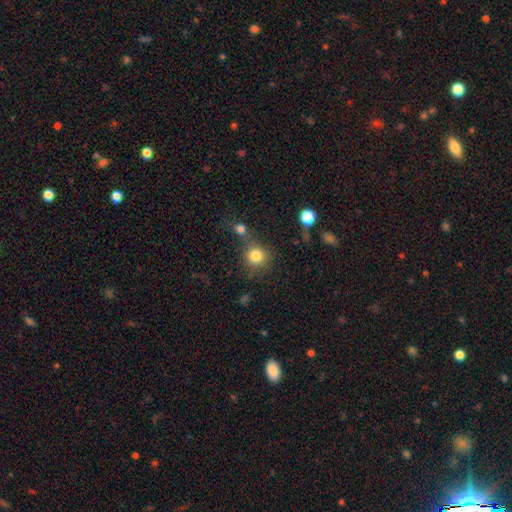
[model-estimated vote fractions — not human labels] smooth 82%, star or artifact 11%, featured or disk 7%. Down the decision tree: how rounded — round (91%); merging — none (58%).